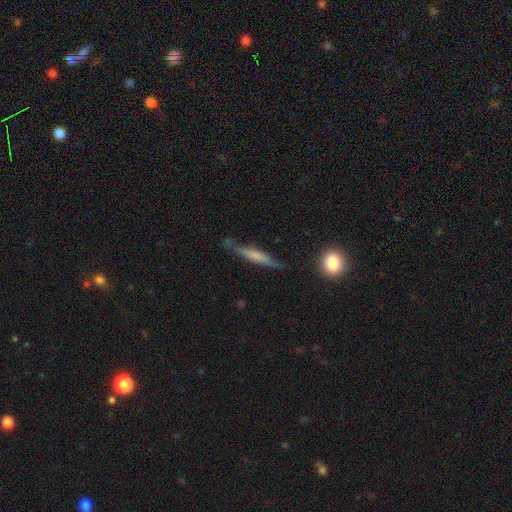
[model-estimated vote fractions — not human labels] A smooth galaxy with no disk features (51%) that is cigar-shaped (90%).

Vote fractions:
- Smooth or featured? smooth: 51% / featured or disk: 42% / star or artifact: 7%
- How rounded? cigar-shaped: 90% / in between: 7% / round: 2%
- Merging? none: 71% / minor disturbance: 20% / major disturbance: 5% / merger: 4%